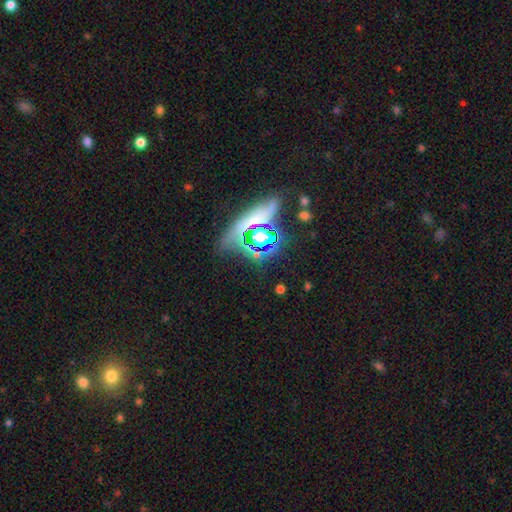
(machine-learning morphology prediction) smooth_or_featured: star or artifact (p=0.53) [alt: smooth p=0.32]